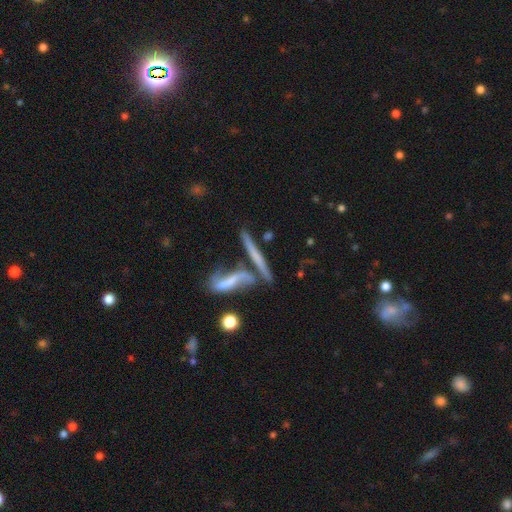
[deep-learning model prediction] The model was most divided on "smooth or featured": featured or disk: 52%, smooth: 38%, star or artifact: 10%. Remaining: edge-on disk — yes (78%); merging — none (49%).